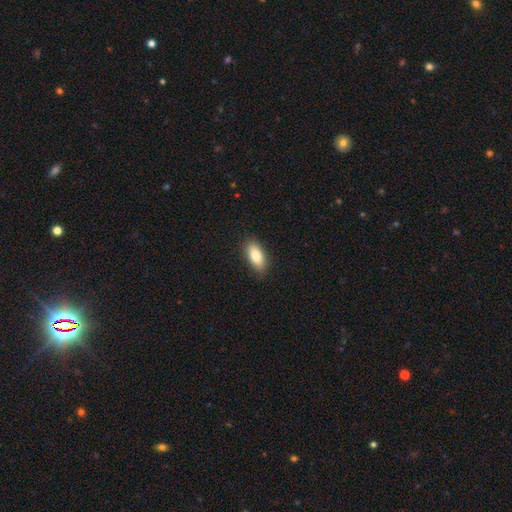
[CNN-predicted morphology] Smooth or featured?
  - smooth: 83% *
  - featured or disk: 10%
  - star or artifact: 7%
How rounded?
  - in between: 85% *
  - cigar-shaped: 12%
  - round: 3%
Merging?
  - none: 88% *
  - minor disturbance: 9%
  - major disturbance: 2%
  - merger: 1%